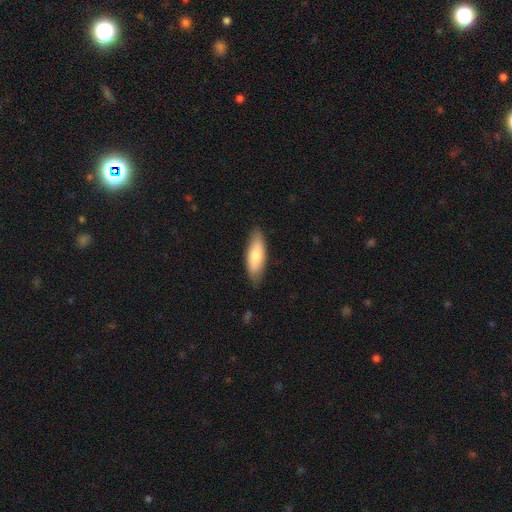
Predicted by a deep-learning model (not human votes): Smooth or featured? smooth (76%)
How rounded? in between (63%)
Merging? none (82%)